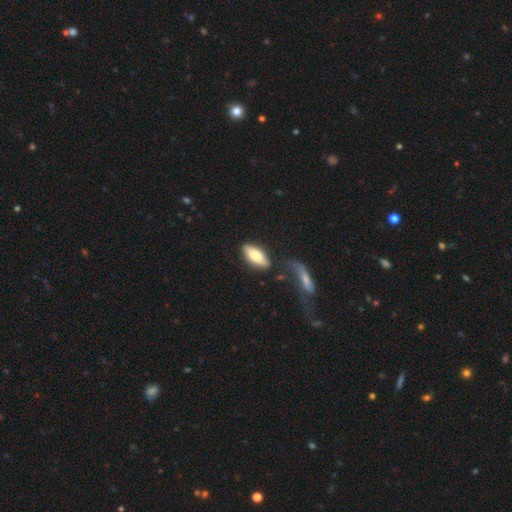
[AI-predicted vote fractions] Overall: smooth (72%). How rounded: in between (77%). Merging: none (72%).